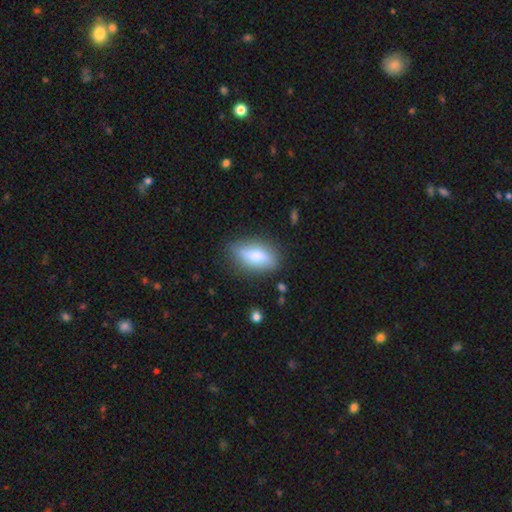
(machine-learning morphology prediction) This is likely a smooth galaxy (68%). How rounded: likely in between (76%). Merging: likely none (79%).